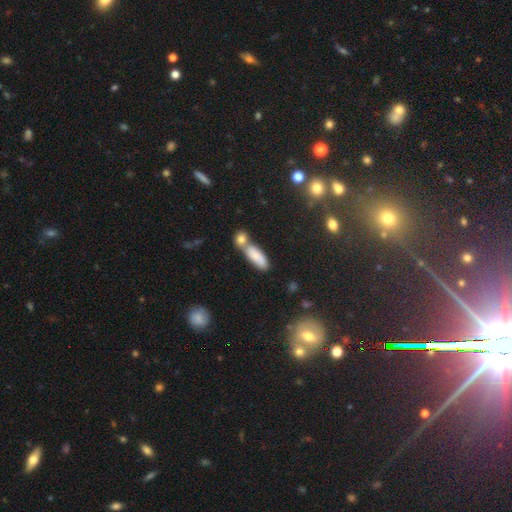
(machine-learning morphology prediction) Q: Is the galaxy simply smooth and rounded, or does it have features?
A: smooth — 78%.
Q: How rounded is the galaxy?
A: in between — 63%.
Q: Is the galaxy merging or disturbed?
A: merger — 44%.